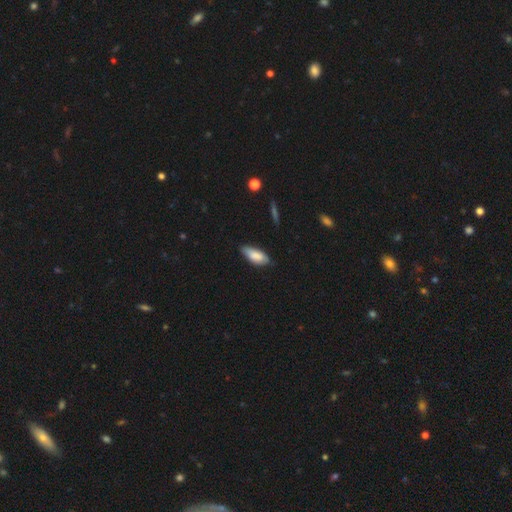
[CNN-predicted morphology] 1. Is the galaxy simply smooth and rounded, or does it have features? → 82% smooth, 12% featured or disk, 6% star or artifact.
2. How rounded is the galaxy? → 83% in between, 15% cigar-shaped, 2% round.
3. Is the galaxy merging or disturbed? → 65% none, 29% minor disturbance, 4% major disturbance, 2% merger.